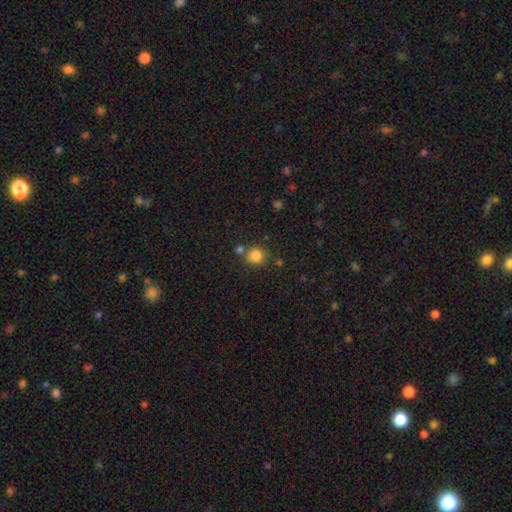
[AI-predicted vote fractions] Morphology: type=smooth (84%); roundness=round (89%); merging=none (71%).